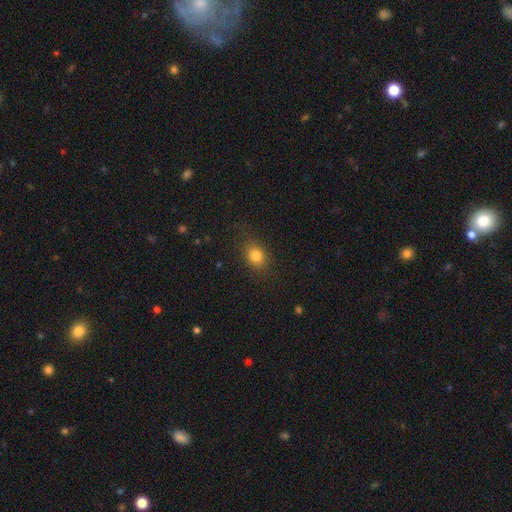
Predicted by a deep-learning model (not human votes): smooth-or-featured: smooth: 81% | star or artifact: 12% | featured or disk: 8%
  how-rounded: round: 50% | in between: 48% | cigar-shaped: 2%
  merging: none: 81% | minor disturbance: 13% | major disturbance: 4% | merger: 1%